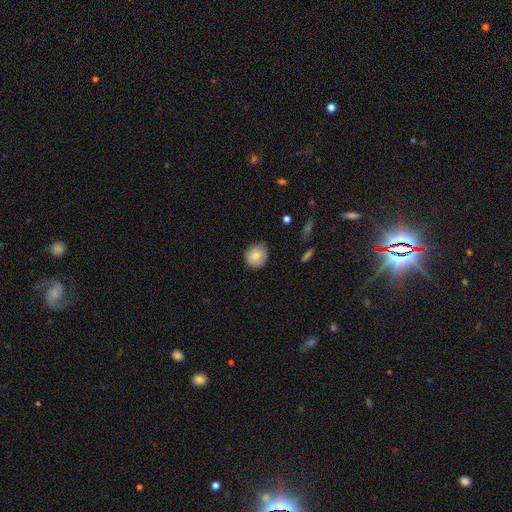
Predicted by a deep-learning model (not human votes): Q: Smooth or featured?
A: smooth (81%); runner-up: featured or disk (11%)
Q: How rounded?
A: round (84%); runner-up: in between (15%)
Q: Merging?
A: none (78%); runner-up: minor disturbance (18%)